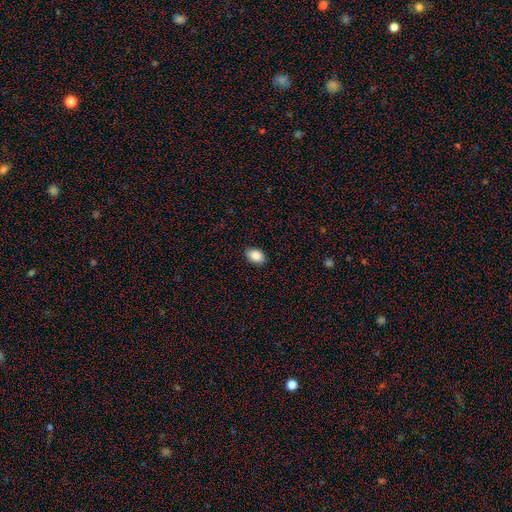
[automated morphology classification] A smooth galaxy with no disk features (88%) that is in between round and cigar-shaped (85%). Merging: none (88%).